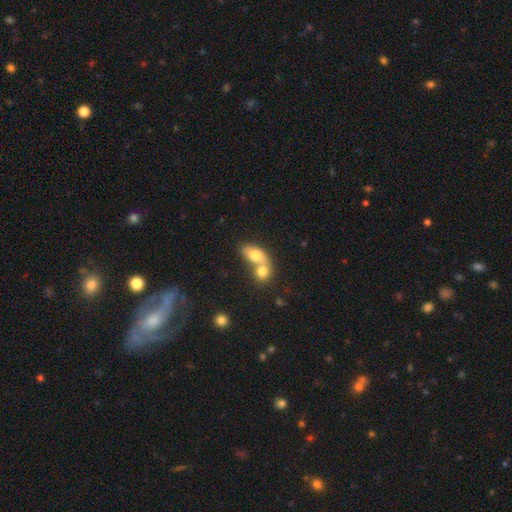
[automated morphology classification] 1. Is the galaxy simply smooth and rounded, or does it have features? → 74% smooth, 18% featured or disk, 8% star or artifact.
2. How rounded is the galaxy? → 76% in between, 20% round, 4% cigar-shaped.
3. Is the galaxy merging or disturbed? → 73% merger, 18% none, 6% minor disturbance, 4% major disturbance.